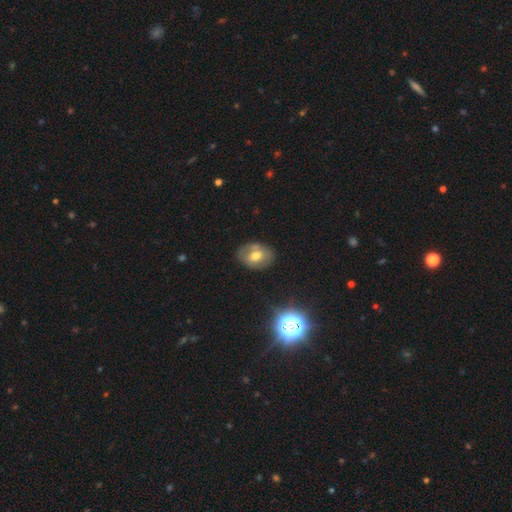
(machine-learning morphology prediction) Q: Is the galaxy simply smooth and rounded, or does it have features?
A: smooth — 50%.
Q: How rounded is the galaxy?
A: in between — 71%.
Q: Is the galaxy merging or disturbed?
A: none — 72%.